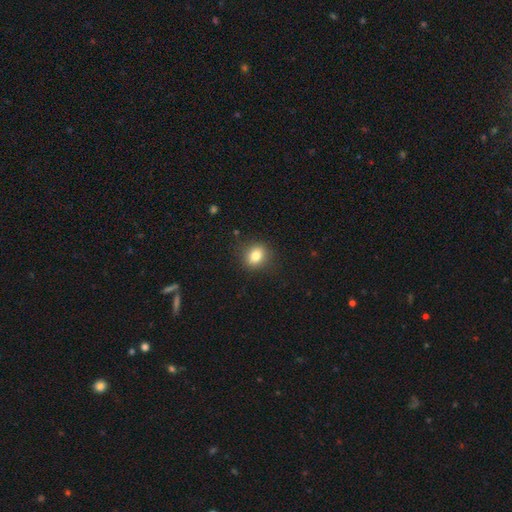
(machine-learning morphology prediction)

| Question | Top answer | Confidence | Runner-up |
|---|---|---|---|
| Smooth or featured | smooth | 81% | star or artifact (11%) |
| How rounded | round | 65% | in between (34%) |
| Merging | none | 86% | minor disturbance (10%) |